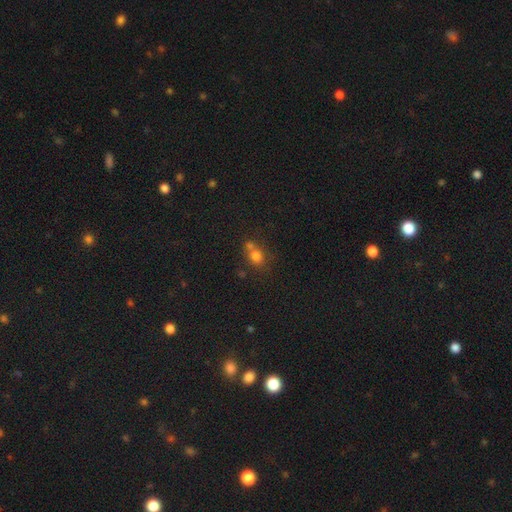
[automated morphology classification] Smooth or featured?
  - smooth: 75% *
  - star or artifact: 14%
  - featured or disk: 10%
How rounded?
  - round: 69% *
  - in between: 29%
  - cigar-shaped: 1%
Merging?
  - none: 43% *
  - merger: 42%
  - minor disturbance: 10%
  - major disturbance: 4%